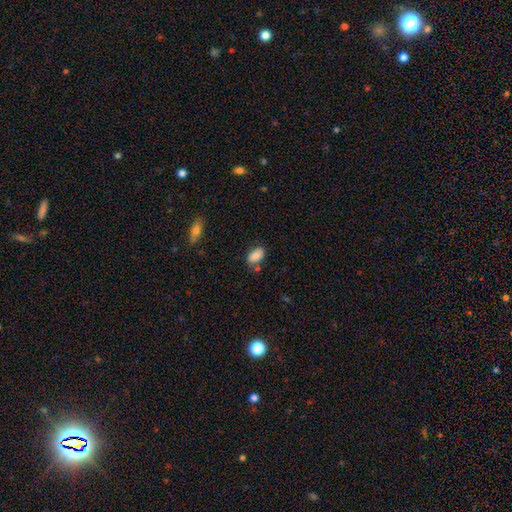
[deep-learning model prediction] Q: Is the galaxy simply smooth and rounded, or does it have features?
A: smooth — 82%.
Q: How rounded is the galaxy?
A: in between — 90%.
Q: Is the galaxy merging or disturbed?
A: none — 66%.